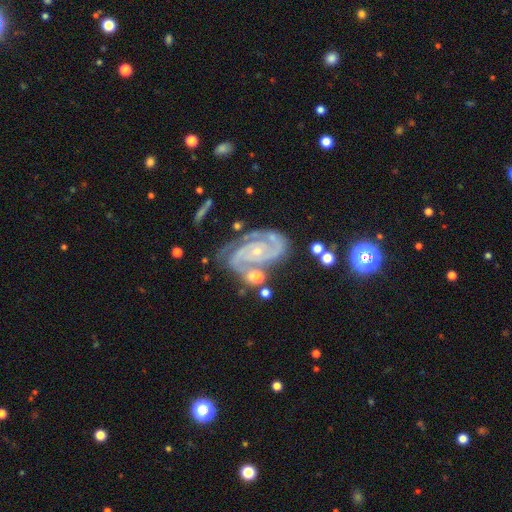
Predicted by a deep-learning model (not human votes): Smooth or featured?
  - featured or disk: 91% *
  - star or artifact: 6%
  - smooth: 3%
Edge-on disk?
  - no: 97% *
  - yes: 3%
Bar?
  - no: 64% *
  - weak: 24%
  - strong: 12%
Spiral arms?
  - yes: 98% *
  - no: 2%
Spiral winding?
  - tight: 60% *
  - medium: 35%
  - loose: 5%
Spiral arm count?
  - 2: 66% *
  - 3: 19%
  - can't tell: 6%
  - 4: 4%
  - 1: 3%
  - more than 4: 3%
Bulge size?
  - small: 76% *
  - moderate: 20%
  - none: 2%
  - large: 1%
  - dominant: 1%
Merging?
  - none: 62% *
  - minor disturbance: 20%
  - merger: 10%
  - major disturbance: 8%